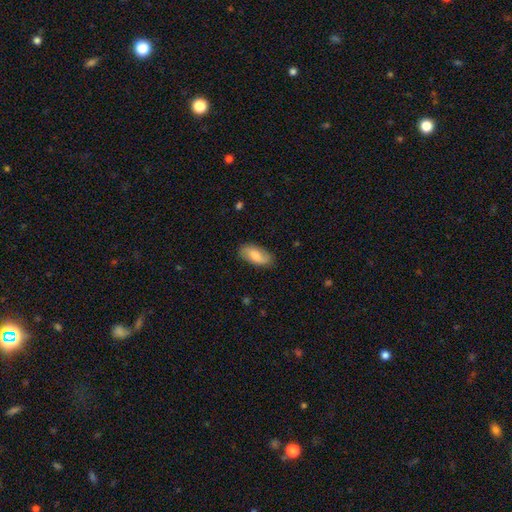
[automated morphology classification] smooth_or_featured: smooth (p=0.47) [alt: featured or disk p=0.46]
merging: none (p=0.82) [alt: minor disturbance p=0.13]